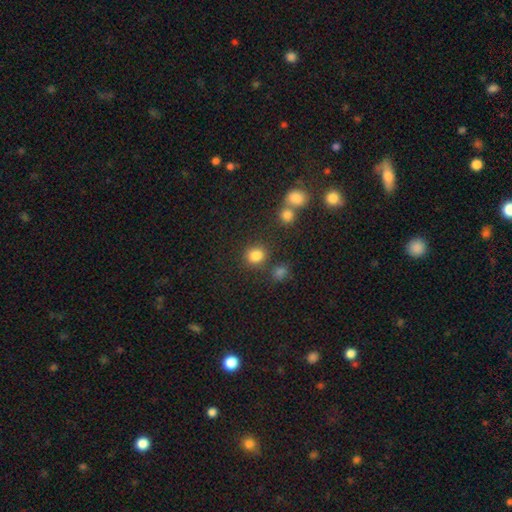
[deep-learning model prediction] smooth_or_featured: smooth (p=0.83) [alt: star or artifact p=0.12]
how_rounded: round (p=0.80) [alt: in between p=0.19]
merging: none (p=0.78) [alt: minor disturbance p=0.09]